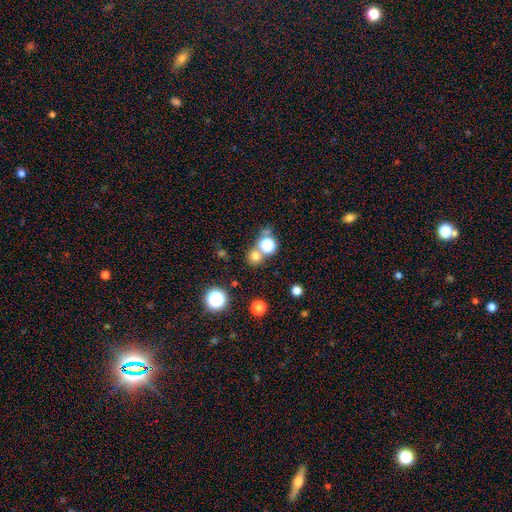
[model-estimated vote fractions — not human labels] This is likely a smooth galaxy (69%). How rounded: clearly round (90%). Merging: likely none (66%).